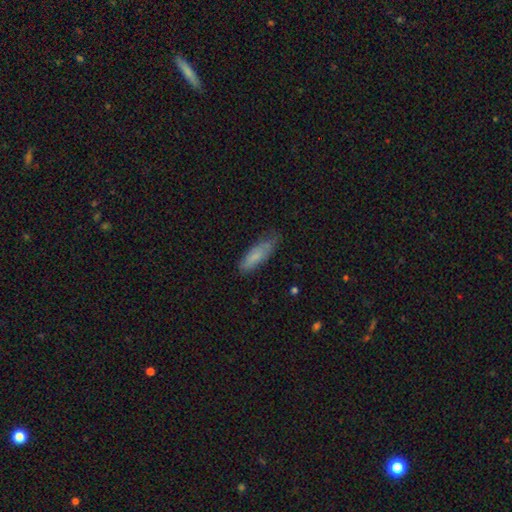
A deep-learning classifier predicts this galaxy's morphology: smooth_or_featured: smooth (p=0.77) [alt: featured or disk p=0.17]
how_rounded: in between (p=0.54) [alt: cigar-shaped p=0.44]
merging: none (p=0.60) [alt: minor disturbance p=0.31]